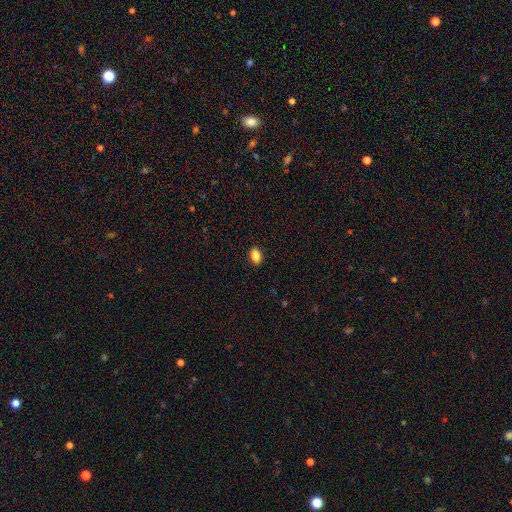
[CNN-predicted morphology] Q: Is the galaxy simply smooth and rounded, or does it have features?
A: smooth — 87%.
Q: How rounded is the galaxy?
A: in between — 84%.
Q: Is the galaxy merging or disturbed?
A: none — 90%.